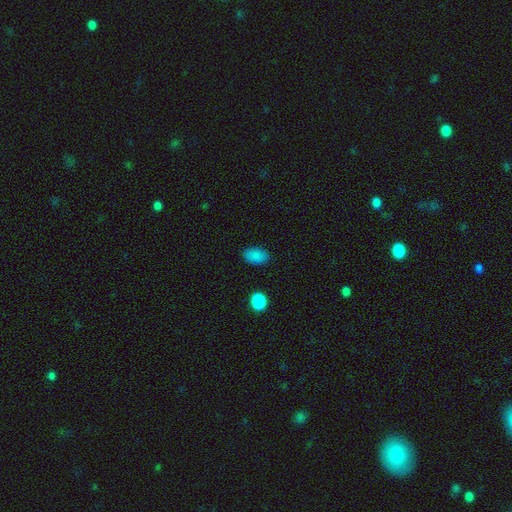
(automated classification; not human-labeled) smooth_or_featured: smooth (p=0.87) [alt: star or artifact p=0.10]
how_rounded: in between (p=0.89) [alt: round p=0.10]
merging: none (p=0.87) [alt: minor disturbance p=0.09]